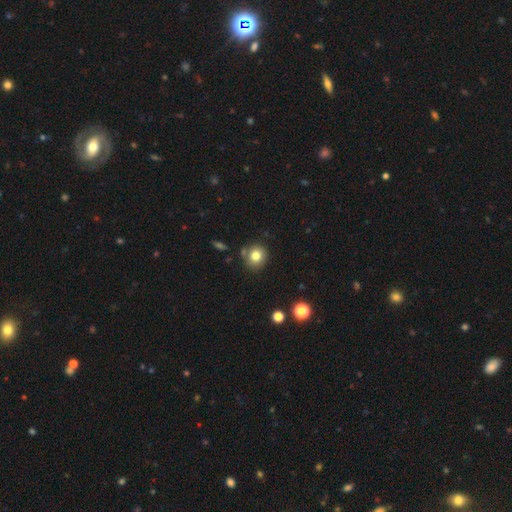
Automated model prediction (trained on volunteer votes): Q: Smooth or featured?
A: smooth (79%); runner-up: star or artifact (11%)
Q: How rounded?
A: round (87%); runner-up: in between (12%)
Q: Merging?
A: none (79%); runner-up: minor disturbance (11%)